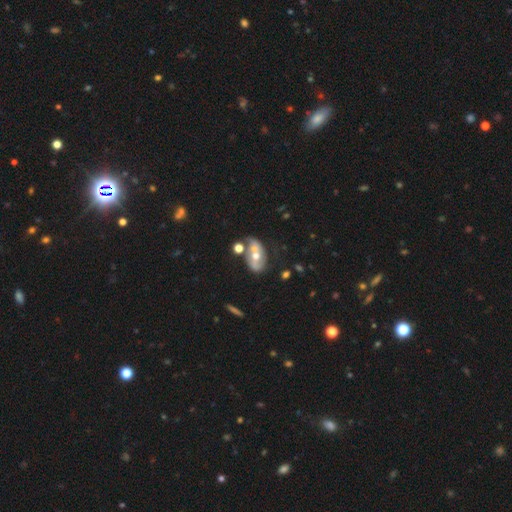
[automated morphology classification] This is possibly a featured or disk galaxy (60%). It is clearly not viewed edge-on (93%). Bar: likely no (63%). Spiral arm pattern: possibly yes (52%). Central bulge: likely moderate (74%). Merging: possibly none (47%).